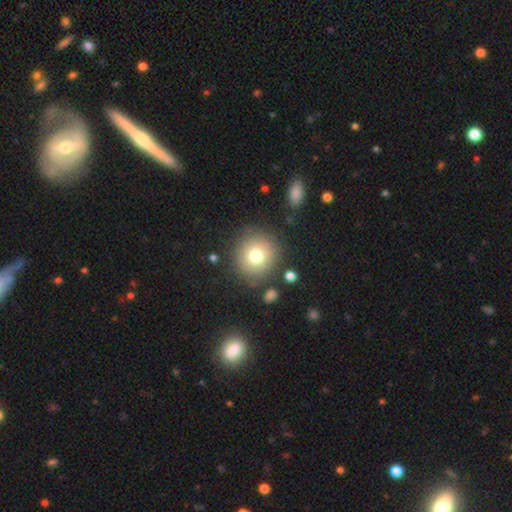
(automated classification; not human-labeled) A smooth galaxy with no disk features (74%) that is round (90%).

Vote fractions:
- Smooth or featured? smooth: 74% / featured or disk: 14% / star or artifact: 12%
- How rounded? round: 90% / in between: 9% / cigar-shaped: 1%
- Merging? none: 83% / minor disturbance: 10% / major disturbance: 4% / merger: 3%